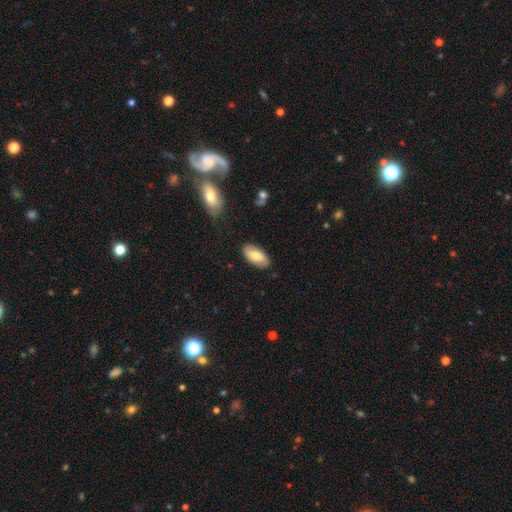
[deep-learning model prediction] smooth-or-featured: smooth: 74% | featured or disk: 20% | star or artifact: 6%
  how-rounded: in between: 92% | cigar-shaped: 6% | round: 2%
  merging: none: 84% | minor disturbance: 12% | major disturbance: 2% | merger: 1%